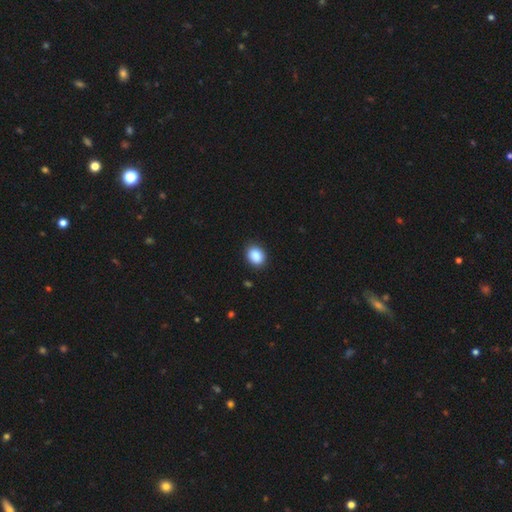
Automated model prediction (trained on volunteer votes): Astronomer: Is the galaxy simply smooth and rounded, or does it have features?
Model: smooth — 89%.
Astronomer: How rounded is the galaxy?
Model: in between — 55% (runner-up: round, 44%).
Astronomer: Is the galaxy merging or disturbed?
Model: none — 88%.